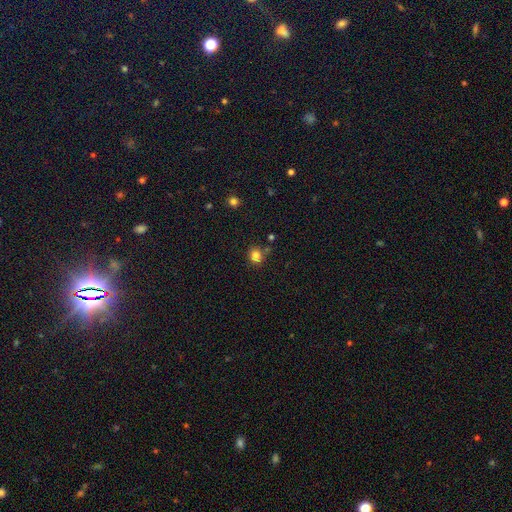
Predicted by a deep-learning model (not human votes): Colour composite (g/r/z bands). It shows a smooth galaxy with no disk features (81%) that is round (80%). Merging: none (74%).